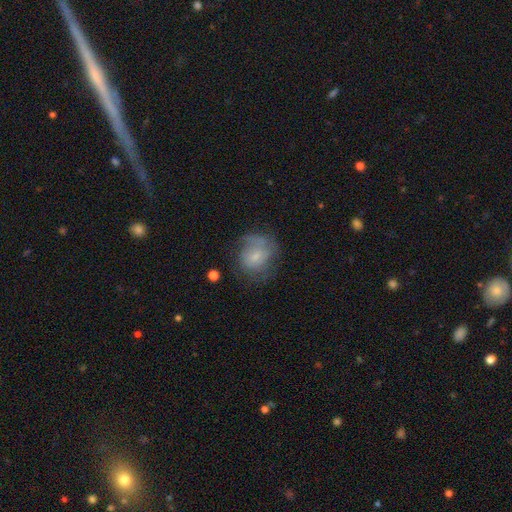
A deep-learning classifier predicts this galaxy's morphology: A smooth galaxy with no disk features (52%) that is round (64%). Merging: none (48%).